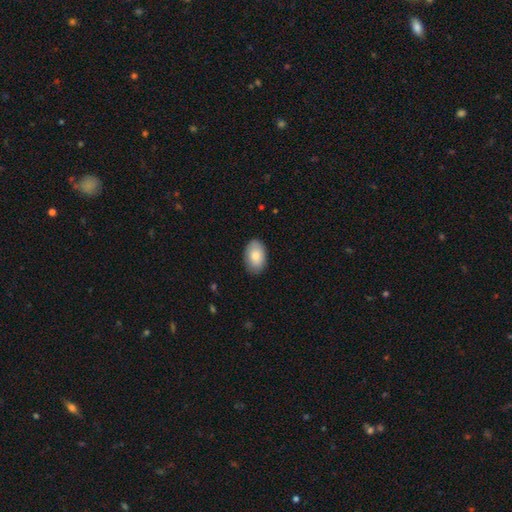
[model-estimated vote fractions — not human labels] Smooth or featured? Predicted: smooth (p=0.83). How rounded? Predicted: in between (p=0.91). Merging? Predicted: none (p=0.85).